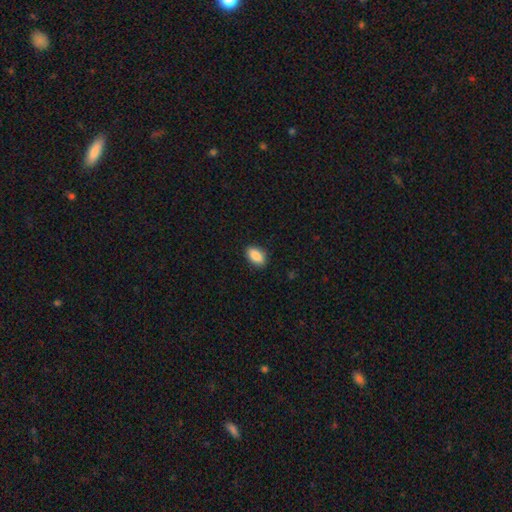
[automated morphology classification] This is clearly a smooth galaxy (88%). How rounded: clearly in between (90%). Merging: clearly none (88%).